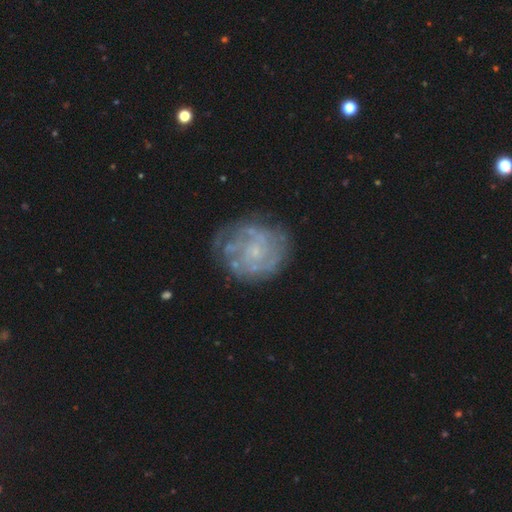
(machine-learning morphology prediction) This appears to be a featured or disk galaxy (74%) with no bar (75%), tight (61%) spiral arms (83%) and a small central bulge (70%). Merging: none (74%).